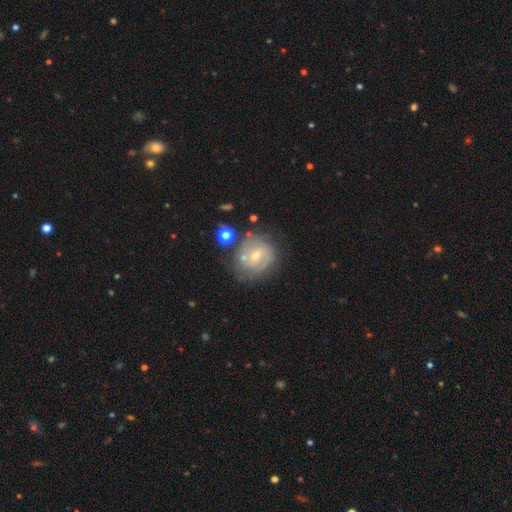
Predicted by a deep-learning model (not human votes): Q: Smooth or featured?
A: featured or disk (73%); runner-up: smooth (20%)
Q: Edge-on disk?
A: no (97%); runner-up: yes (3%)
Q: Bar?
A: weak (51%); runner-up: no (35%)
Q: Spiral arms?
A: yes (85%); runner-up: no (15%)
Q: Spiral winding?
A: tight (50%); runner-up: medium (36%)
Q: Spiral arm count?
A: 2 (51%); runner-up: can't tell (29%)
Q: Bulge size?
A: small (54%); runner-up: moderate (43%)
Q: Merging?
A: none (62%); runner-up: minor disturbance (19%)